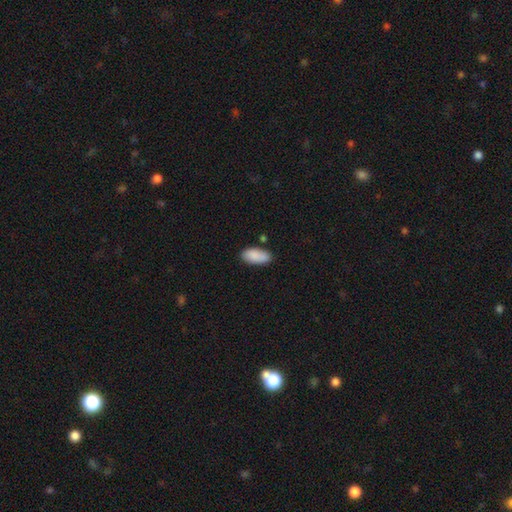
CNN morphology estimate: Q: Smooth or featured?
A: smooth (88%); runner-up: star or artifact (6%)
Q: How rounded?
A: in between (91%); runner-up: cigar-shaped (7%)
Q: Merging?
A: none (78%); runner-up: minor disturbance (15%)